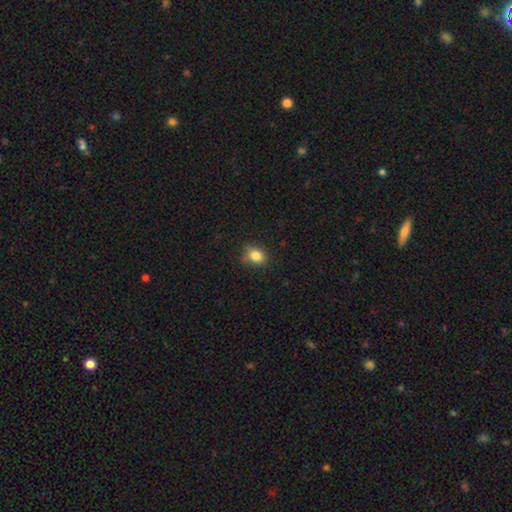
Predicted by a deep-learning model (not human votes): Smooth or featured: smooth — 81% (star or artifact — 11%)
How rounded: round — 51% (in between — 47%)
Merging: none — 69% (minor disturbance — 23%)